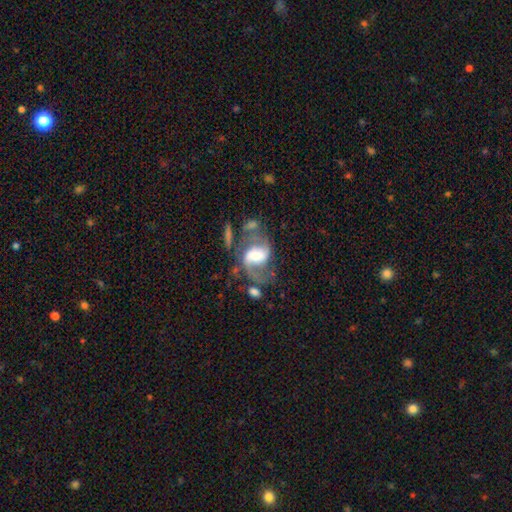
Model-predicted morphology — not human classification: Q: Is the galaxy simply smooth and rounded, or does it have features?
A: featured or disk — 82%.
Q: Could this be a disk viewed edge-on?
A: no — 97%.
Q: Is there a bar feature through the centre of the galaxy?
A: weak — 41%.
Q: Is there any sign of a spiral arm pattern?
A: yes — 93%.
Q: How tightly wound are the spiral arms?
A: medium — 47%.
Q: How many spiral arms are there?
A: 2 — 87%.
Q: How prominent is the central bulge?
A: moderate — 50%.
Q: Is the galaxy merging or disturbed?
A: none — 44%.